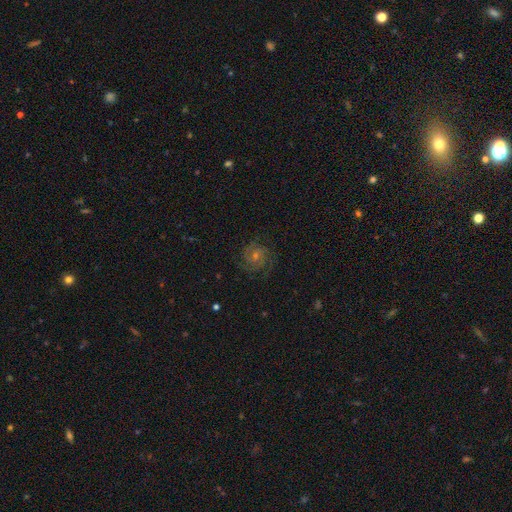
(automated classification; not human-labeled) This is likely a featured or disk galaxy (64%). It is clearly not viewed edge-on (97%). Bar: likely no (70%). Spiral arm pattern: clearly yes (94%). Spiral arm count: marginally 2 (34%). Spiral winding: possibly tight (59%). Central bulge: possibly small (52%). Merging: clearly none (81%).